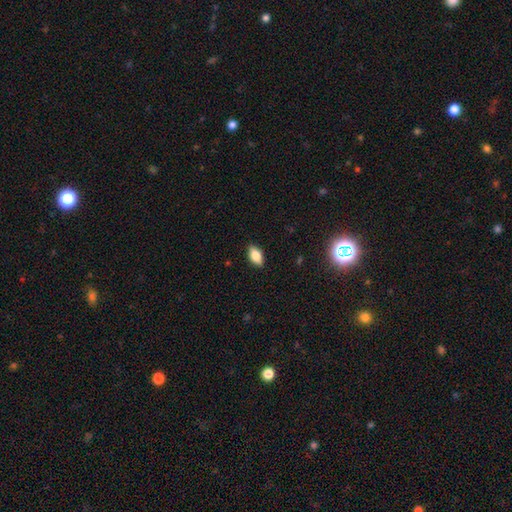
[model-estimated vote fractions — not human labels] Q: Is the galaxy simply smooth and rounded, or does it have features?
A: smooth — 72%.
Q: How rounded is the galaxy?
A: in between — 88%.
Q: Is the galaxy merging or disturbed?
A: none — 87%.